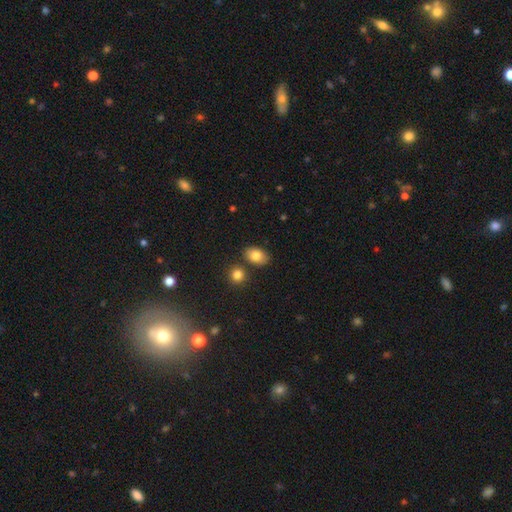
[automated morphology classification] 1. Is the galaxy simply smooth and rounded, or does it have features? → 84% smooth, 8% star or artifact, 8% featured or disk.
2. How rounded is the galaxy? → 84% in between, 14% round, 1% cigar-shaped.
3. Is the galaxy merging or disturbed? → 77% none, 11% minor disturbance, 9% merger, 3% major disturbance.